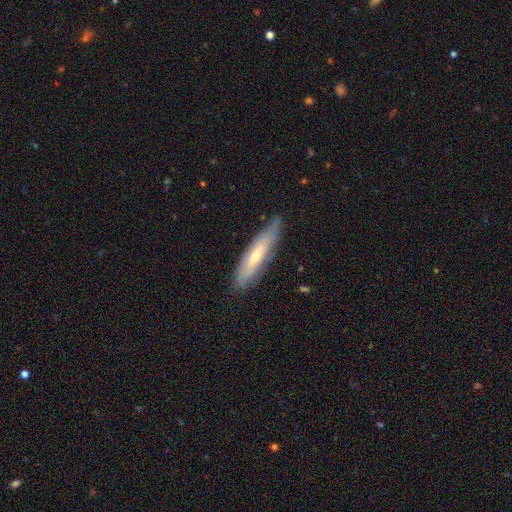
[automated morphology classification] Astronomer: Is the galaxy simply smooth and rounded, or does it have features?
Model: featured or disk — 48% (runner-up: smooth, 46%).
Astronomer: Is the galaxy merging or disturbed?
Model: none — 80%.